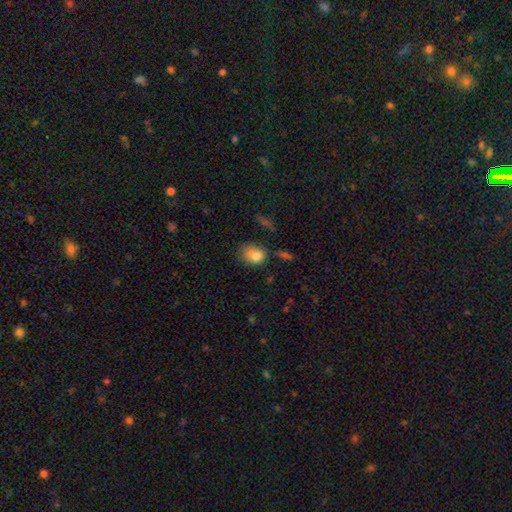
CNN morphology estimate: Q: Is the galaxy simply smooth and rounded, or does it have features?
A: smooth — 81%.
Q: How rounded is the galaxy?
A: in between — 59%.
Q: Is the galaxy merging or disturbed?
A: none — 51%.